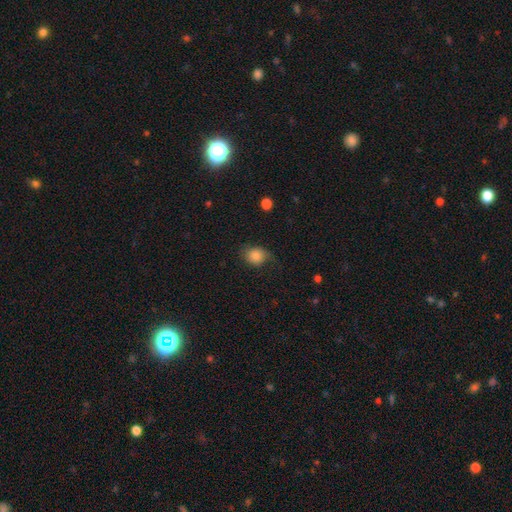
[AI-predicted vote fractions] Smooth or featured? Predicted: smooth (p=0.82). How rounded? Predicted: round (p=0.65). Merging? Predicted: none (p=0.55).